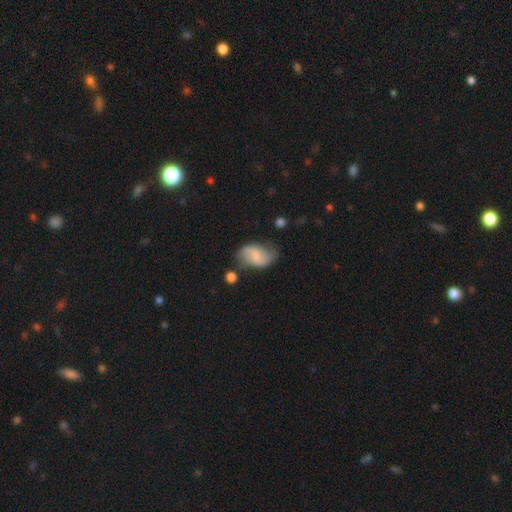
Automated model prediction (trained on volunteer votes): This appears to be a featured or disk galaxy (49%). Merging: none (61%).